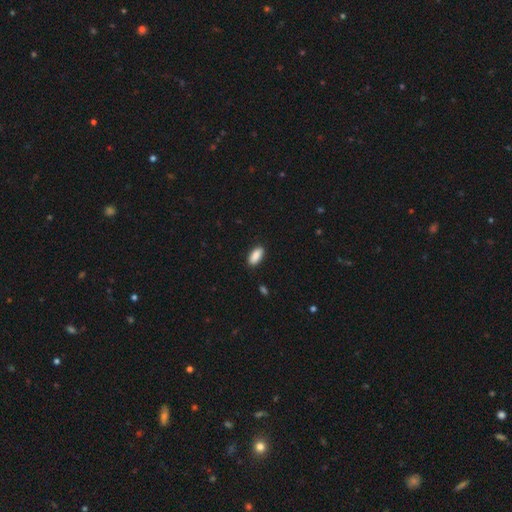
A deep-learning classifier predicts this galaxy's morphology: Smooth or featured?
  - smooth: 90% *
  - star or artifact: 7%
  - featured or disk: 4%
How rounded?
  - in between: 88% *
  - cigar-shaped: 10%
  - round: 2%
Merging?
  - none: 87% *
  - minor disturbance: 10%
  - major disturbance: 2%
  - merger: 1%